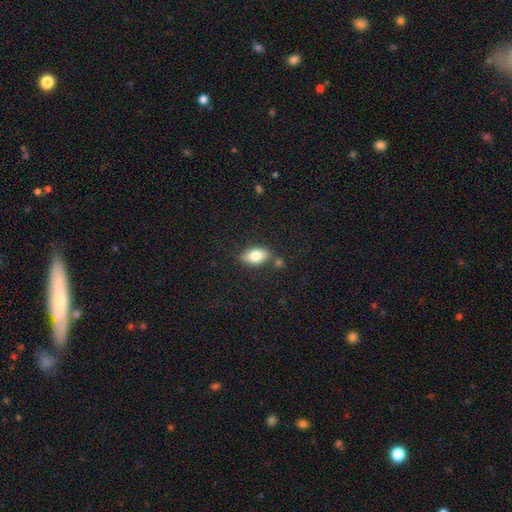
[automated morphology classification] Smooth or featured: smooth — 76% (featured or disk — 16%)
How rounded: in between — 88% (cigar-shaped — 6%)
Merging: none — 75% (minor disturbance — 14%)